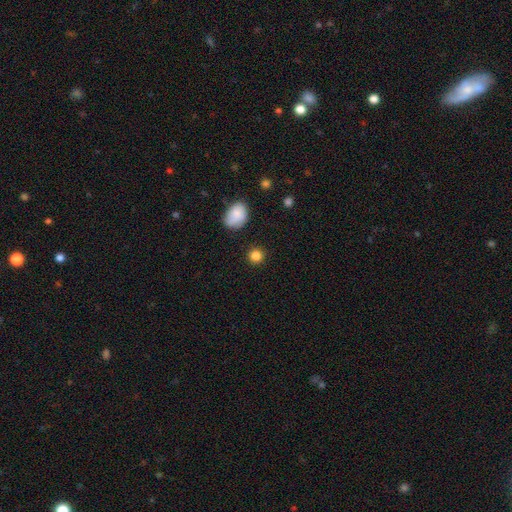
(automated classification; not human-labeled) smooth 85%, star or artifact 10%, featured or disk 4%. Down the decision tree: how rounded — round (89%); merging — none (88%).